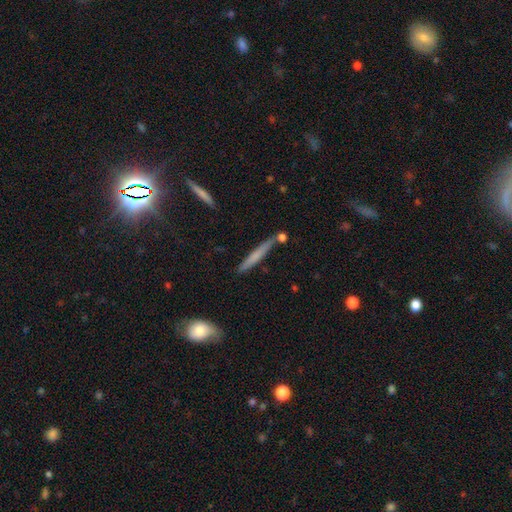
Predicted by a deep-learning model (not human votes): smooth-or-featured: smooth: 58% | featured or disk: 35% | star or artifact: 7%
  how-rounded: cigar-shaped: 95% | in between: 3% | round: 2%
  merging: none: 81% | minor disturbance: 11% | merger: 6% | major disturbance: 2%